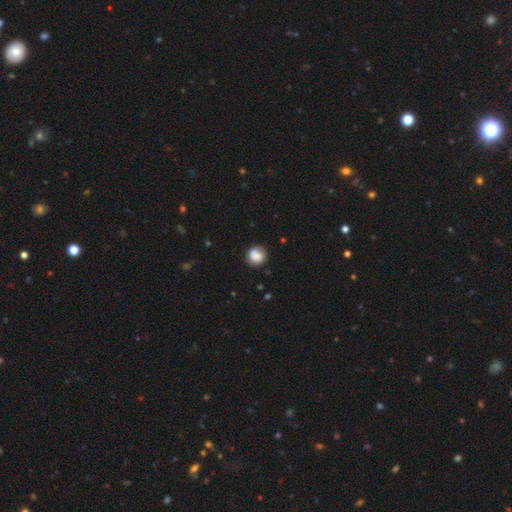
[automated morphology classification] smooth_or_featured: smooth (p=0.78) [alt: featured or disk p=0.14]
how_rounded: round (p=0.84) [alt: in between p=0.15]
merging: none (p=0.69) [alt: minor disturbance p=0.20]